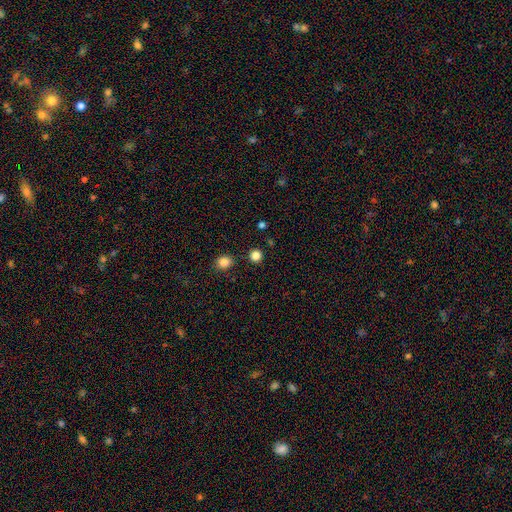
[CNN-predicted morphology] Q: Smooth or featured?
A: smooth (83%); runner-up: star or artifact (14%)
Q: How rounded?
A: round (91%); runner-up: in between (8%)
Q: Merging?
A: none (87%); runner-up: minor disturbance (6%)